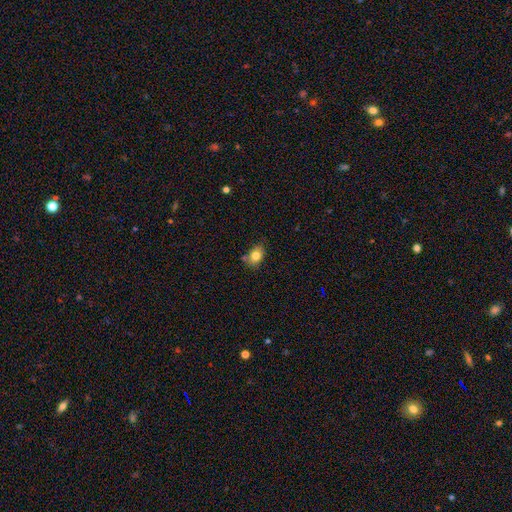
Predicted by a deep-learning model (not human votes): Smooth or featured? Predicted: smooth (p=0.80). How rounded? Predicted: in between (p=0.72). Merging? Predicted: none (p=0.64).